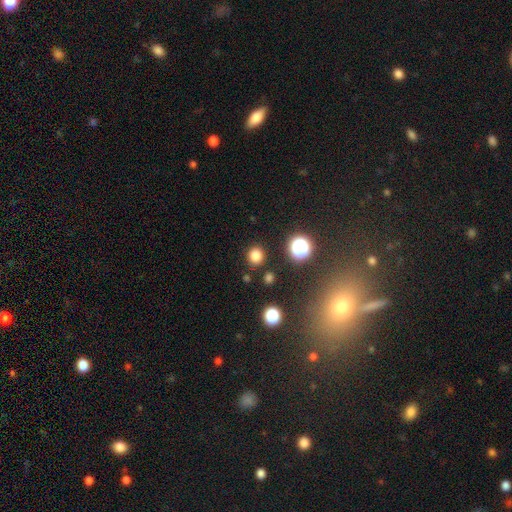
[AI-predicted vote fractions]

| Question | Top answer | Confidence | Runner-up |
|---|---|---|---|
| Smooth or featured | smooth | 79% | star or artifact (16%) |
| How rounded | round | 87% | in between (12%) |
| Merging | none | 88% | minor disturbance (7%) |